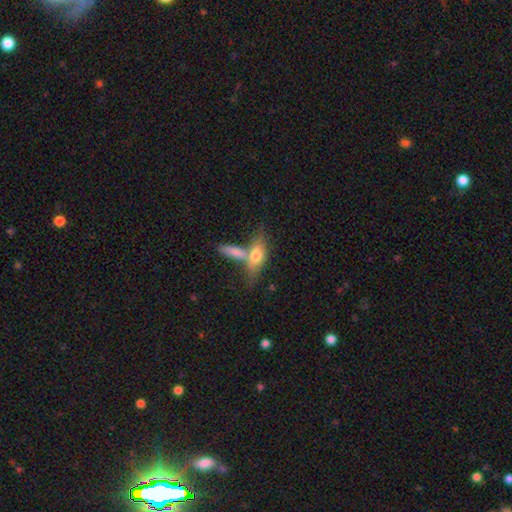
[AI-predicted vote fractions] A smooth galaxy with no disk features (60%) that is in between round and cigar-shaped (64%). Merging: merger (48%).